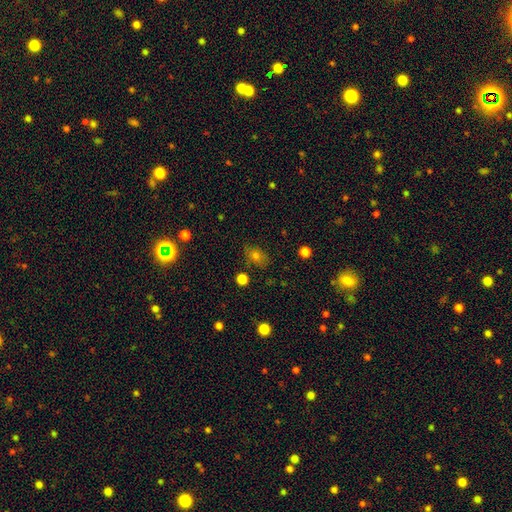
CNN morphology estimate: Q: Smooth or featured?
A: smooth (74%); runner-up: star or artifact (16%)
Q: How rounded?
A: in between (65%); runner-up: round (33%)
Q: Merging?
A: none (75%); runner-up: minor disturbance (17%)